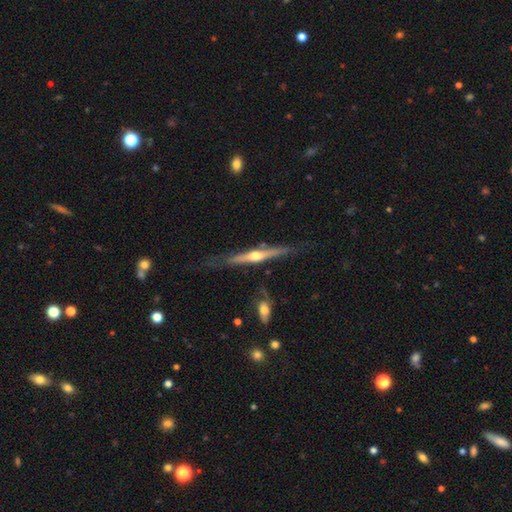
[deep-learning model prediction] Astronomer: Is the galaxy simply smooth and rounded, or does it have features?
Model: featured or disk — 74%.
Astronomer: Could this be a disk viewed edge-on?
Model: yes — 96%.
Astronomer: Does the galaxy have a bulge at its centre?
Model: rounded — 89%.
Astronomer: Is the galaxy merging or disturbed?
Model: none — 73%.